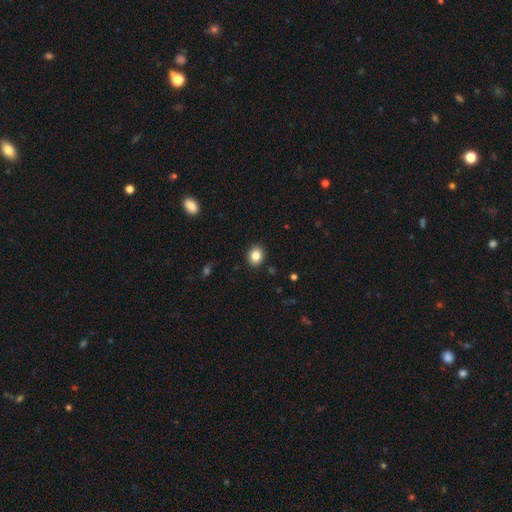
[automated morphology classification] This is clearly a smooth galaxy (85%). How rounded: likely round (61%). Merging: clearly none (90%).